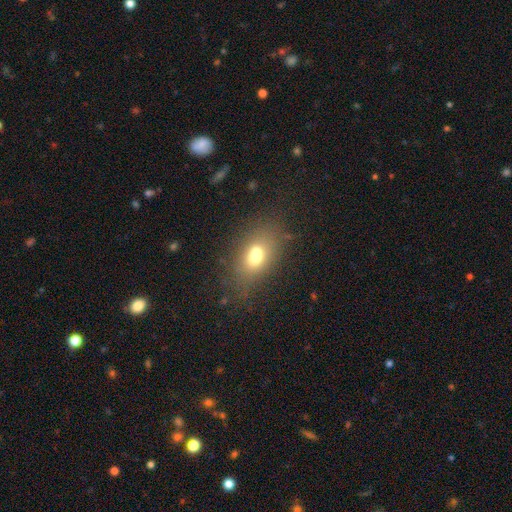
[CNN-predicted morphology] Overall: smooth (65%). How rounded: in between (75%). Merging: none (45%; merger 34%).